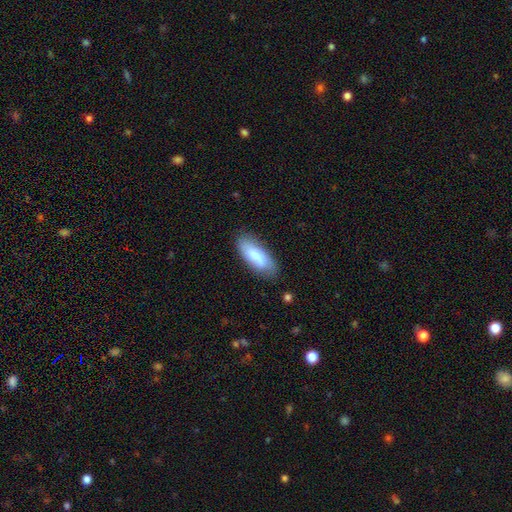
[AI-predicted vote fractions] Smooth or featured?
  - smooth: 78% *
  - featured or disk: 16%
  - star or artifact: 6%
How rounded?
  - in between: 75% *
  - cigar-shaped: 23%
  - round: 2%
Merging?
  - none: 76% *
  - minor disturbance: 18%
  - major disturbance: 4%
  - merger: 2%